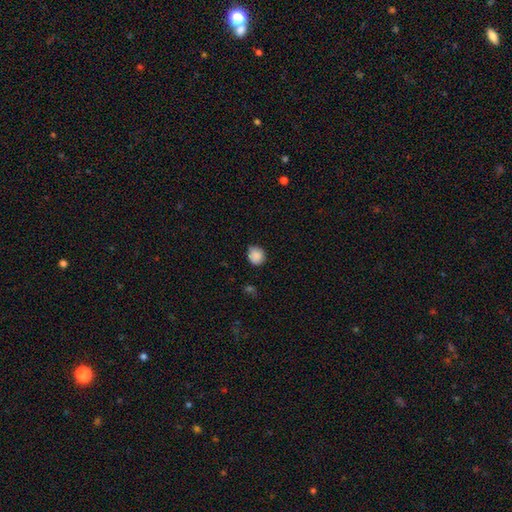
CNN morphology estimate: Q: Smooth or featured?
A: smooth (87%); runner-up: star or artifact (9%)
Q: How rounded?
A: round (81%); runner-up: in between (18%)
Q: Merging?
A: none (72%); runner-up: minor disturbance (23%)